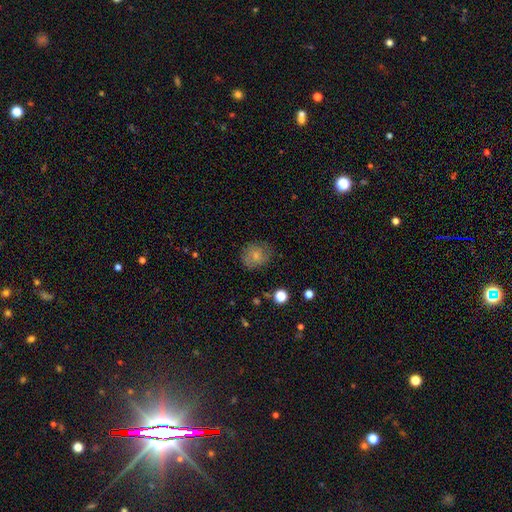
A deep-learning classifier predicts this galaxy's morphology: smooth 61%, featured or disk 29%, star or artifact 10%. Down the decision tree: how rounded — round (75%); merging — none (73%).